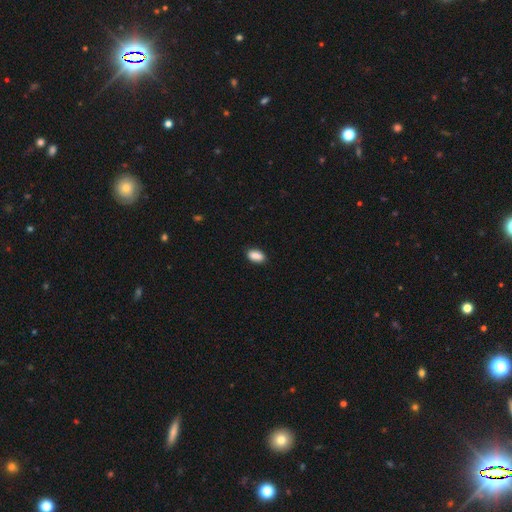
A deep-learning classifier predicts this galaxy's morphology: A smooth galaxy with no disk features (89%) that is in between round and cigar-shaped (91%).

Vote fractions:
- Smooth or featured? smooth: 89% / star or artifact: 7% / featured or disk: 3%
- How rounded? in between: 91% / round: 6% / cigar-shaped: 3%
- Merging? none: 87% / minor disturbance: 10% / major disturbance: 2% / merger: 1%